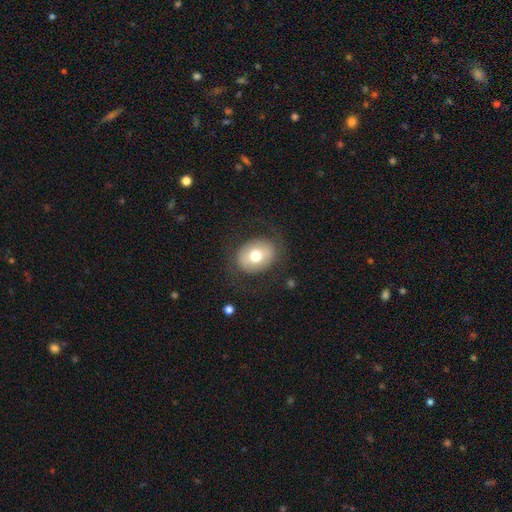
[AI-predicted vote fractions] Smooth or featured? smooth (68%)
How rounded? in between (50%)
Merging? none (79%)